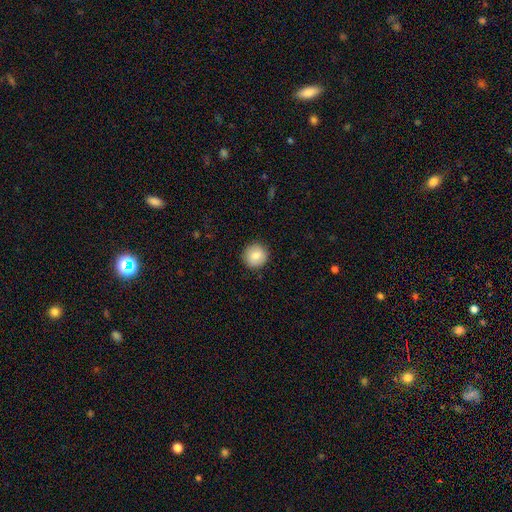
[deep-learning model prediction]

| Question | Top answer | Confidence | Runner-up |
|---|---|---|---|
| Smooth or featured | smooth | 85% | star or artifact (8%) |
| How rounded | round | 94% | in between (5%) |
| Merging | none | 90% | minor disturbance (7%) |